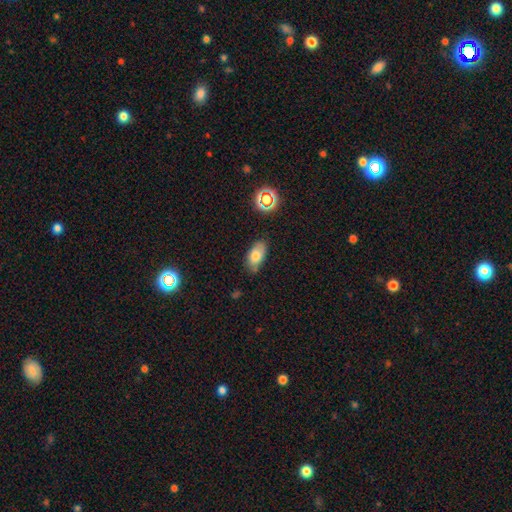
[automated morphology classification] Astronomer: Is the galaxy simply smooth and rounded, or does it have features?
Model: smooth — 77%.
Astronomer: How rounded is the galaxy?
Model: in between — 91%.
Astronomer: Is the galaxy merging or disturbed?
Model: none — 77%.